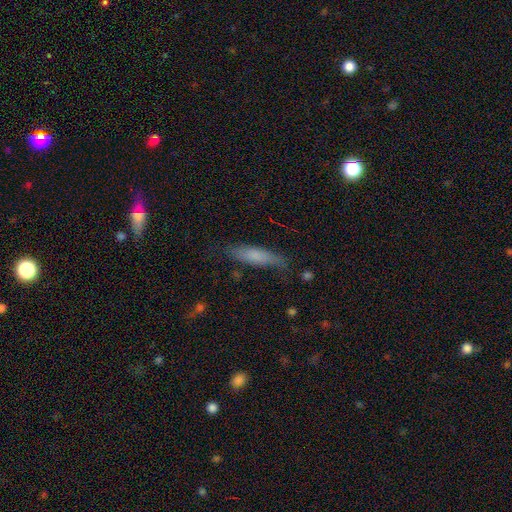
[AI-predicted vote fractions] smooth-or-featured: smooth: 71% | featured or disk: 21% | star or artifact: 8%
  how-rounded: cigar-shaped: 71% | in between: 28% | round: 2%
  merging: none: 71% | minor disturbance: 21% | major disturbance: 6% | merger: 2%